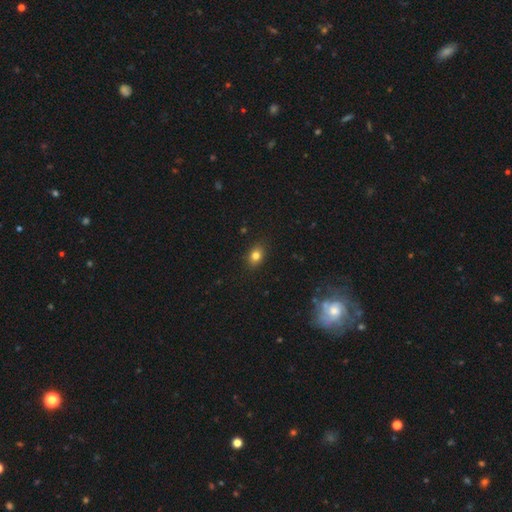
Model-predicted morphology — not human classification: A smooth galaxy with no disk features (80%) that is in between round and cigar-shaped (62%).

Vote fractions:
- Smooth or featured? smooth: 80% / star or artifact: 12% / featured or disk: 8%
- How rounded? in between: 62% / round: 36% / cigar-shaped: 1%
- Merging? none: 88% / minor disturbance: 9% / major disturbance: 2% / merger: 1%